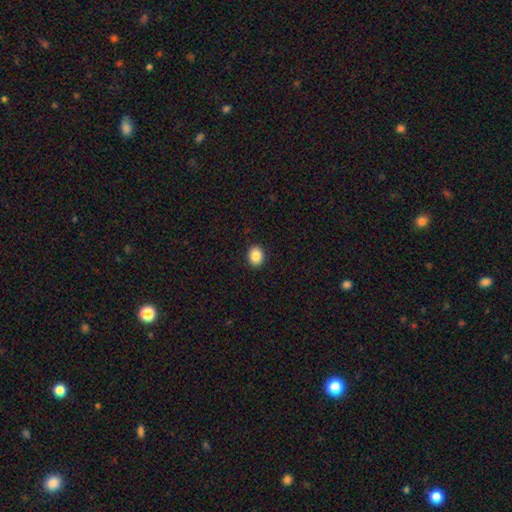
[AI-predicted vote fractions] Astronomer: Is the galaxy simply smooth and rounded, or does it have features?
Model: smooth — 87%.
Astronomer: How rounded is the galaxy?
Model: round — 50%, tied with in between at 50%.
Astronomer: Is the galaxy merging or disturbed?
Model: none — 91%.